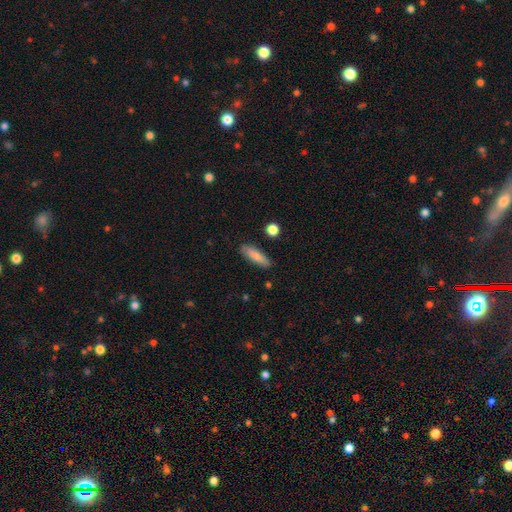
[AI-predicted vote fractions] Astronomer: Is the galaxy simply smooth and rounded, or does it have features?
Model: smooth — 83%.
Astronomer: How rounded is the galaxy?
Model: cigar-shaped — 58% (runner-up: in between, 40%).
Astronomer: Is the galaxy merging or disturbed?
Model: none — 85%.